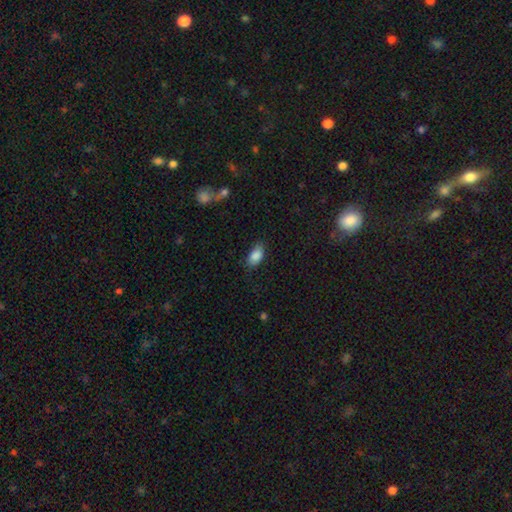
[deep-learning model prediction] Morphology: type=smooth (87%); roundness=in between (91%); merging=none (76%).